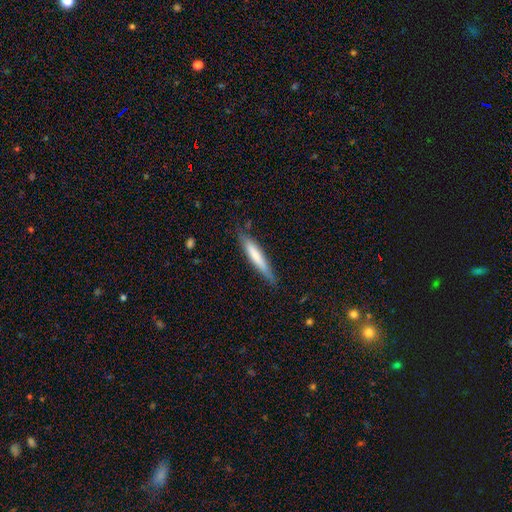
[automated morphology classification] smooth 68%, featured or disk 26%, star or artifact 5%. Down the decision tree: how rounded — cigar-shaped (92%); merging — none (81%).